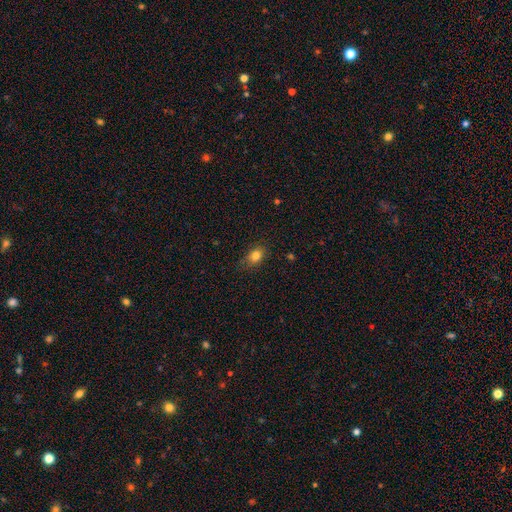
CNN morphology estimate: A smooth galaxy with no disk features (82%) that is in between round and cigar-shaped (67%).

Vote fractions:
- Smooth or featured? smooth: 82% / star or artifact: 11% / featured or disk: 7%
- How rounded? in between: 67% / round: 30% / cigar-shaped: 2%
- Merging? none: 73% / minor disturbance: 20% / major disturbance: 5% / merger: 1%